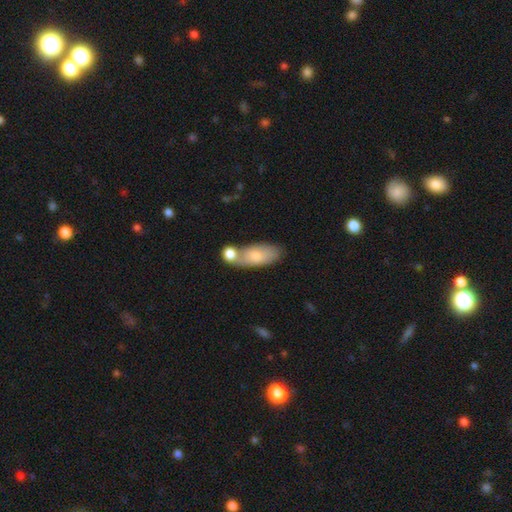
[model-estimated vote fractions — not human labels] Morphology: type=smooth (74%); roundness=in between (83%); merging=none (45%).